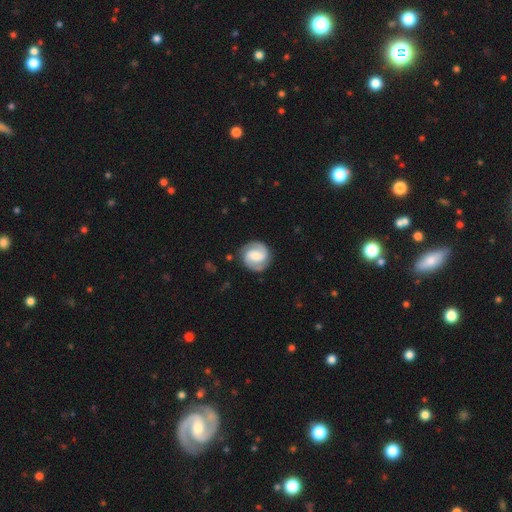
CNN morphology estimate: featured or disk 80%, smooth 14%, star or artifact 5%. Down the decision tree: edge-on disk — no (98%); bar — weak (45%); spiral arms — yes (96%); spiral arm count — 2 (92%); spiral winding — tight (46%); bulge size — moderate (33%); merging — none (85%).